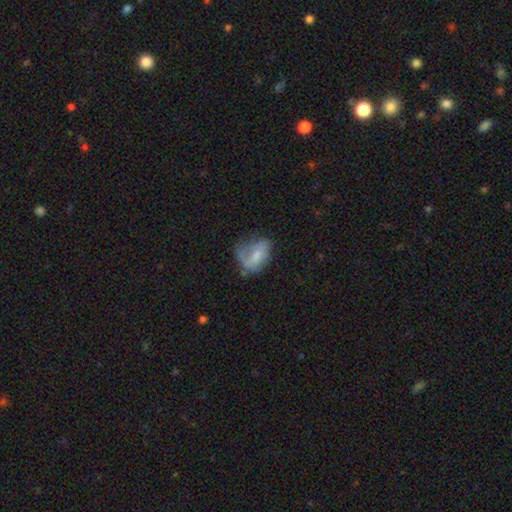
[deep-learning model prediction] Overall: smooth (47%; featured or disk 44%). Merging: major disturbance (35%; none 31%).